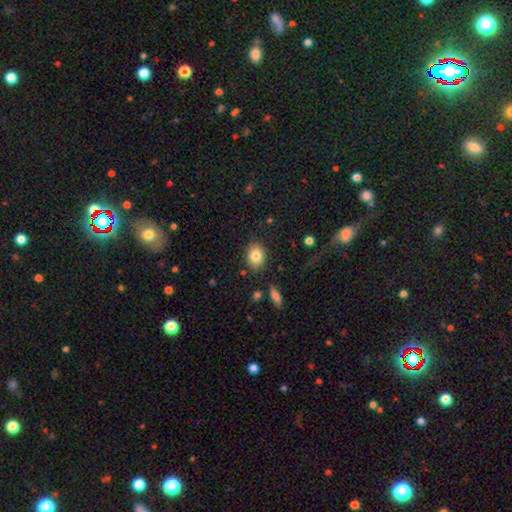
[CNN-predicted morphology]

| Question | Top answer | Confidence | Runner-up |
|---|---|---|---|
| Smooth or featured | smooth | 81% | featured or disk (10%) |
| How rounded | in between | 63% | round (36%) |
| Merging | none | 84% | minor disturbance (11%) |